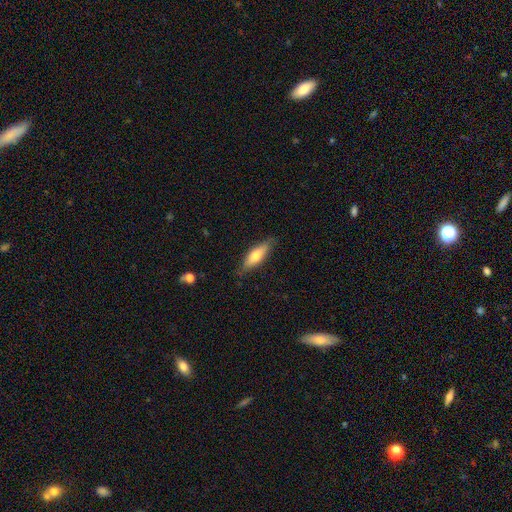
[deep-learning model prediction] The model was most divided on "how rounded": in between: 50%, cigar-shaped: 48%, round: 2%. More confident: merging — none (80%); smooth or featured — smooth (66%).